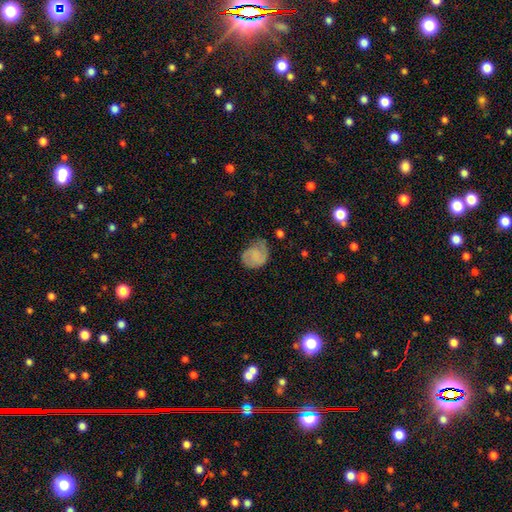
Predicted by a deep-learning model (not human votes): This appears to be a smooth galaxy with no disk features (53%) that is round (51%). Merging: none (48%).